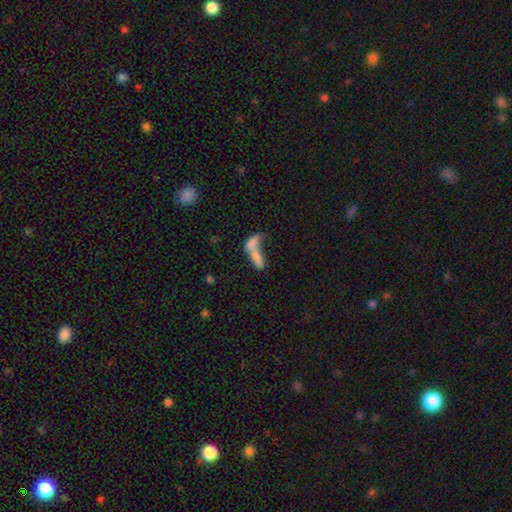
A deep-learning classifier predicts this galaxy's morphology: A smooth galaxy with no disk features (70%) that is in between round and cigar-shaped (67%). Merging: merger (72%).